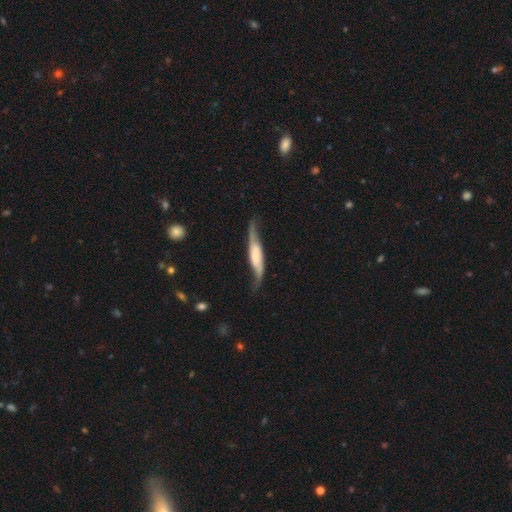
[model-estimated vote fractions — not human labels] smooth_or_featured: featured or disk (p=0.70) [alt: smooth p=0.25]
disk_edge_on: no (p=0.53) [alt: yes p=0.47]
merging: none (p=0.62) [alt: minor disturbance p=0.25]